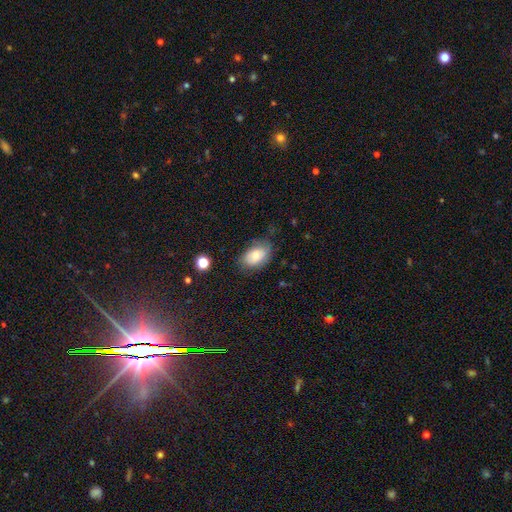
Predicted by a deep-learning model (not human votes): A smooth galaxy with no disk features (76%) that is in between round and cigar-shaped (89%). Merging: none (68%).